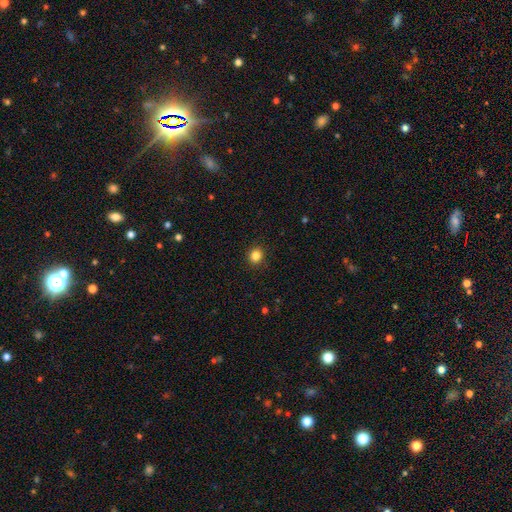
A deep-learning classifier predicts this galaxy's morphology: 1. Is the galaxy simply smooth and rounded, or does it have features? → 84% smooth, 12% star or artifact, 4% featured or disk.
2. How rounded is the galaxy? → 83% round, 17% in between, 1% cigar-shaped.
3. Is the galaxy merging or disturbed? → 91% none, 6% minor disturbance, 2% major disturbance, 1% merger.